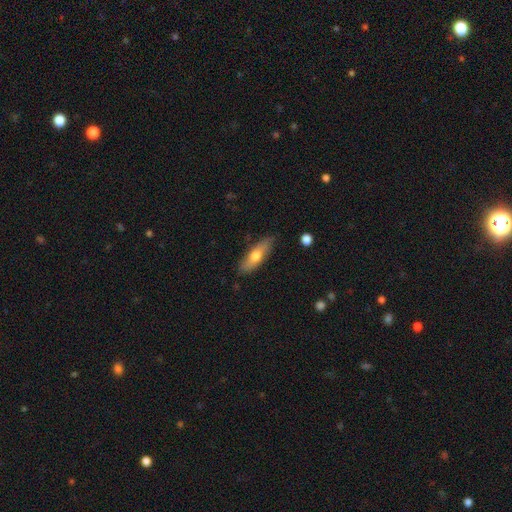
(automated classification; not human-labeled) Smooth or featured? smooth (61%)
How rounded? cigar-shaped (51%)
Merging? none (83%)